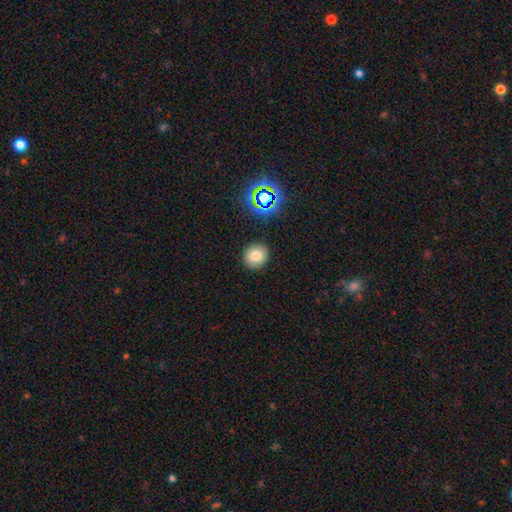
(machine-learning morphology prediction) Smooth or featured? smooth (78%)
How rounded? round (86%)
Merging? none (89%)